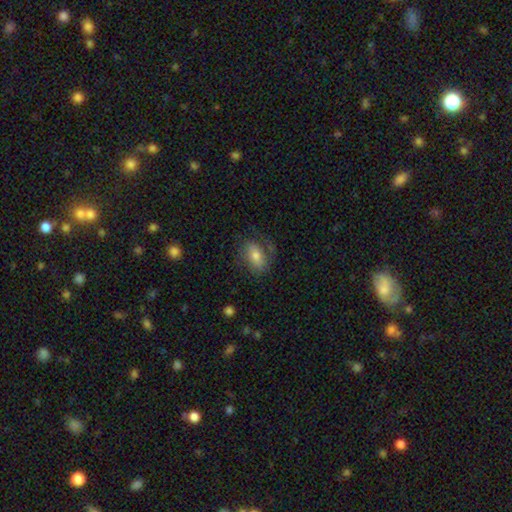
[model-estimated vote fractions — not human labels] smooth_or_featured: smooth (p=0.61) [alt: featured or disk p=0.31]
how_rounded: in between (p=0.83) [alt: round p=0.14]
merging: none (p=0.62) [alt: minor disturbance p=0.21]